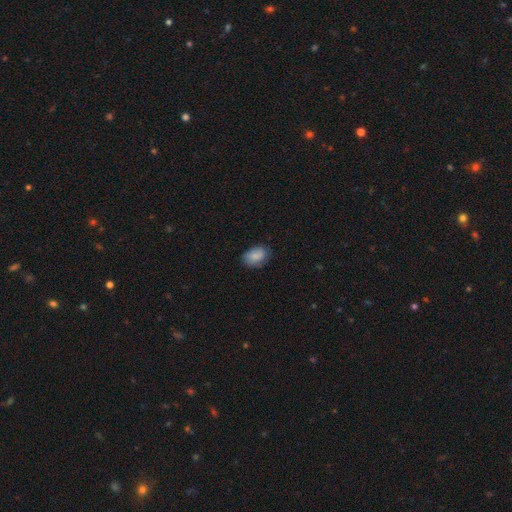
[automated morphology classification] Overall: smooth (80%). How rounded: in between (82%). Merging: none (72%).